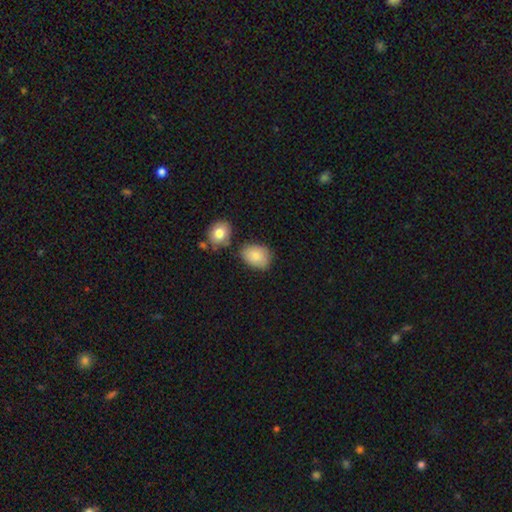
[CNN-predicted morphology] type=smooth (84%); roundness=in between (70%); merging=none (64%).